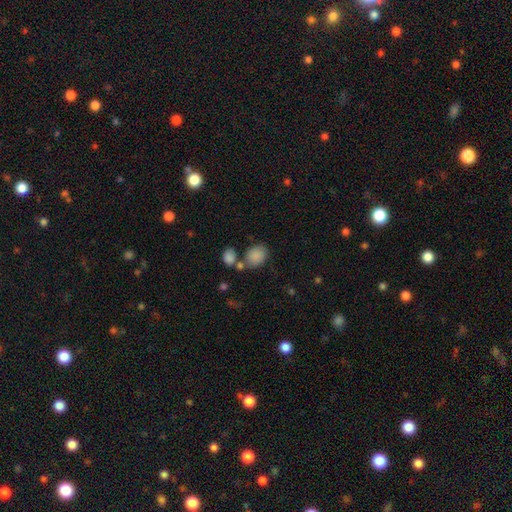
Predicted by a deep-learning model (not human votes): smooth 86%, star or artifact 8%, featured or disk 5%. Down the decision tree: how rounded — in between (63%); merging — none (57%).